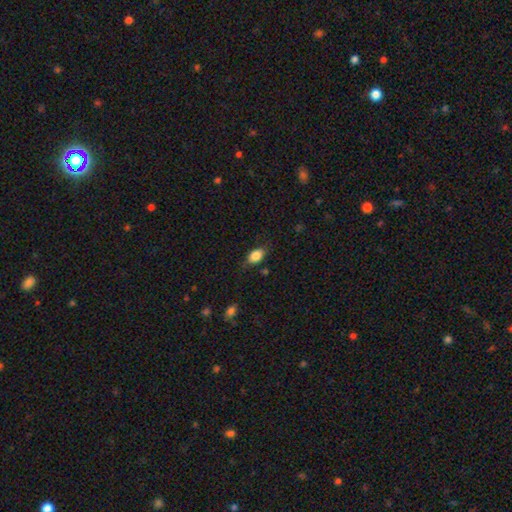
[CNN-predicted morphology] smooth-or-featured: smooth: 84% | star or artifact: 8% | featured or disk: 8%
  how-rounded: in between: 84% | round: 13% | cigar-shaped: 2%
  merging: none: 75% | minor disturbance: 19% | major disturbance: 5% | merger: 2%